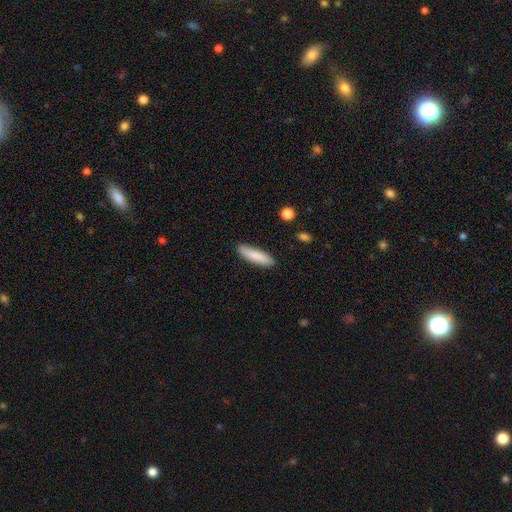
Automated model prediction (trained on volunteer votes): Morphology: type=smooth (84%); roundness=cigar-shaped (70%); merging=none (88%).